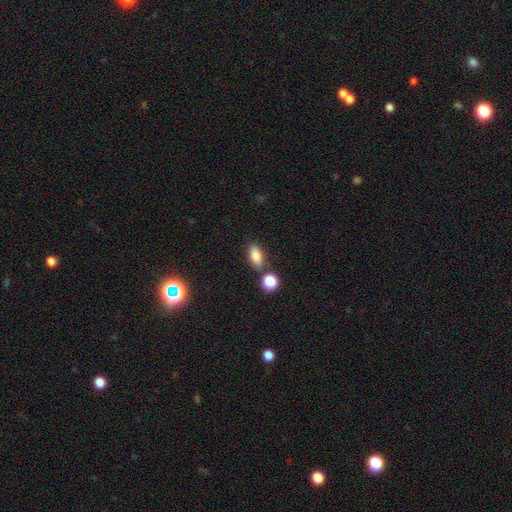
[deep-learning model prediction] The model was most divided on "merging": none: 75%, minor disturbance: 12%, merger: 10%, major disturbance: 3%. More confident: how rounded — in between (84%); smooth or featured — smooth (83%).